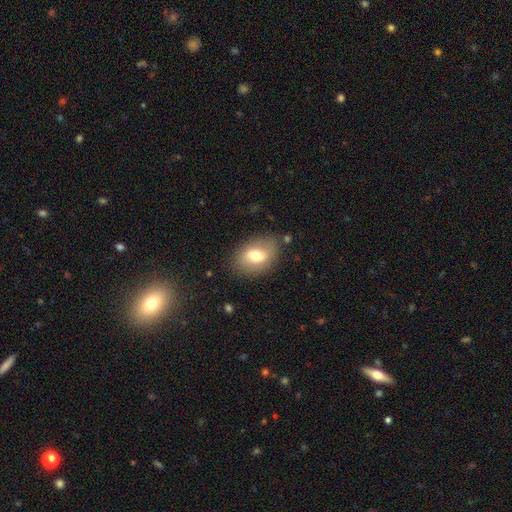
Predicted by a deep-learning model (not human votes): This appears to be a smooth galaxy with no disk features (67%) that is in between round and cigar-shaped (80%). Merging: none (80%).